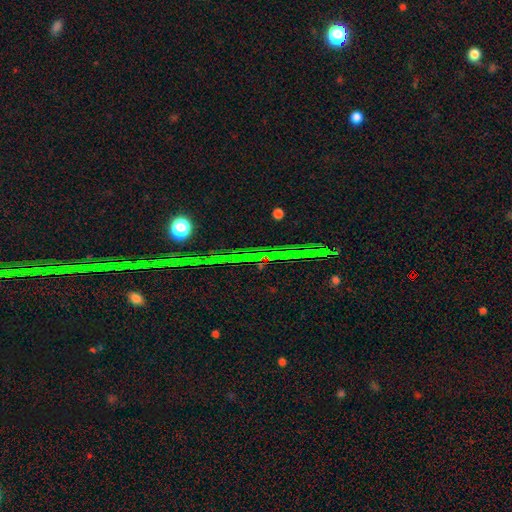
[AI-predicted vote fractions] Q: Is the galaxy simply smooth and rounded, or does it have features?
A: star or artifact — 82%.